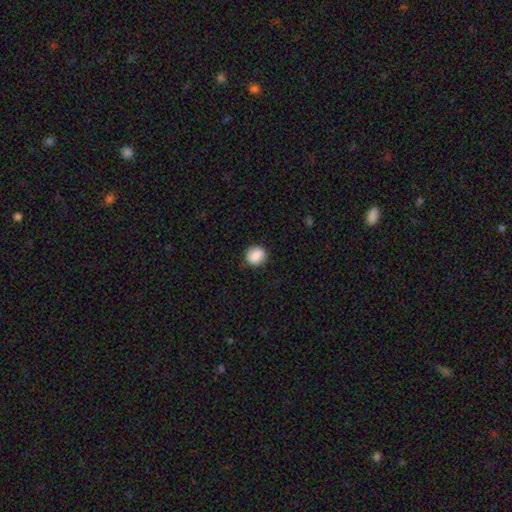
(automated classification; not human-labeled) This is clearly a smooth galaxy (88%). How rounded: clearly round (83%). Merging: clearly none (86%).